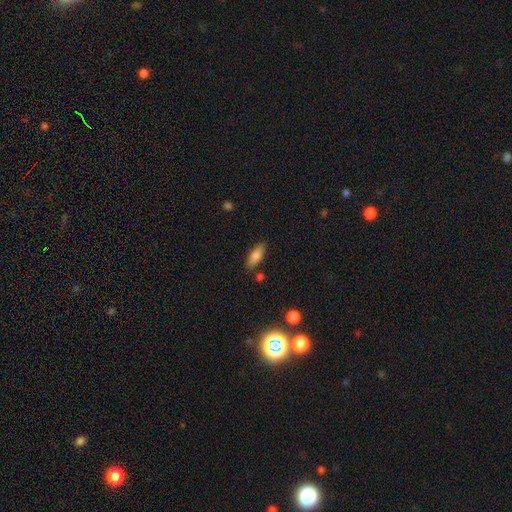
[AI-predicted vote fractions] The model was most divided on "how rounded": in between: 62%, cigar-shaped: 36%, round: 2%. More confident: merging — none (81%); smooth or featured — smooth (79%).